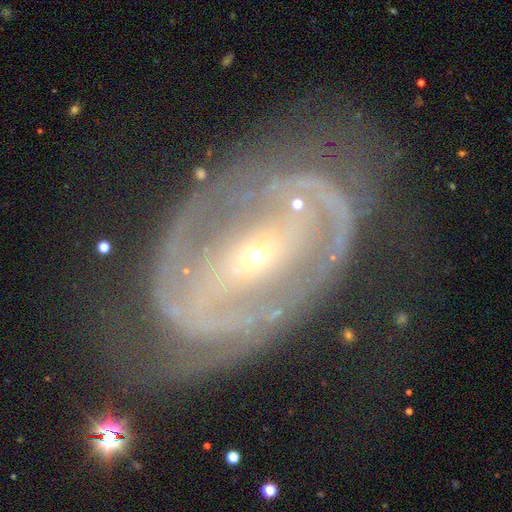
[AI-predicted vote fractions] featured or disk 88%, smooth 6%, star or artifact 6%. Down the decision tree: edge-on disk — no (95%); bar — strong (50%); spiral arms — yes (90%); spiral arm count — 2 (49%); spiral winding — tight (60%); bulge size — small (81%); merging — none (61%).